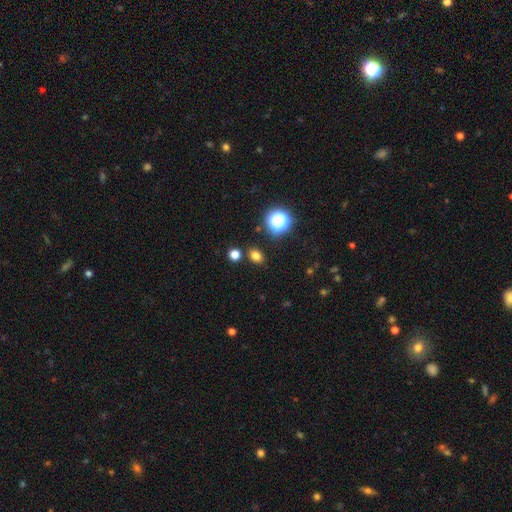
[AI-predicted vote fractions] Smooth or featured?
  - smooth: 76% *
  - star or artifact: 19%
  - featured or disk: 5%
How rounded?
  - in between: 60% *
  - round: 38%
  - cigar-shaped: 1%
Merging?
  - none: 83% *
  - minor disturbance: 9%
  - merger: 5%
  - major disturbance: 3%